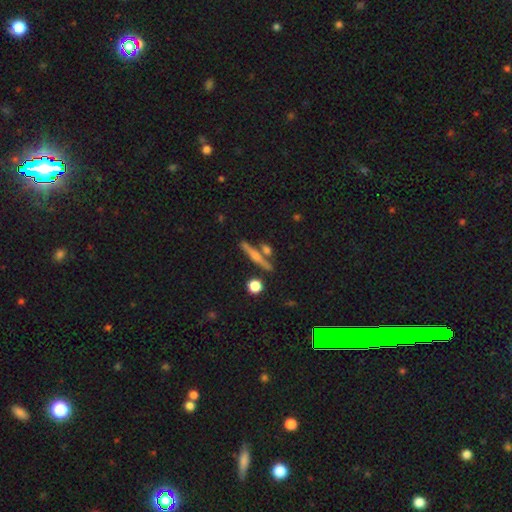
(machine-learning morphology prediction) smooth_or_featured: featured or disk (p=0.53) [alt: smooth p=0.38]
disk_edge_on: yes (p=0.95) [alt: no p=0.05]
edge_on_bulge: rounded (p=0.67) [alt: none p=0.22]
merging: none (p=0.76) [alt: merger p=0.12]